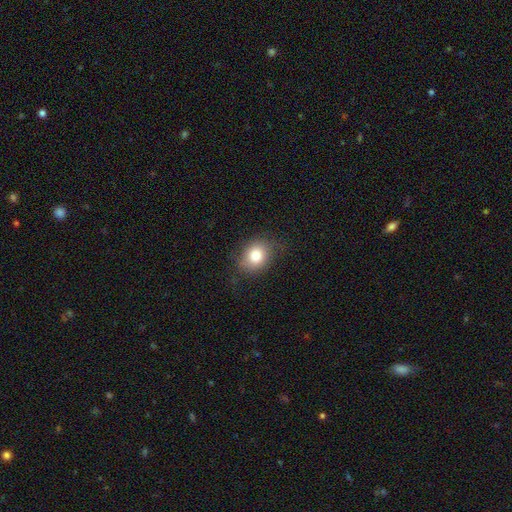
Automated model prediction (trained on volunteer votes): The model was most divided on "how rounded": in between: 51%, round: 48%, cigar-shaped: 1%. More confident: smooth or featured — smooth (79%); merging — none (77%).